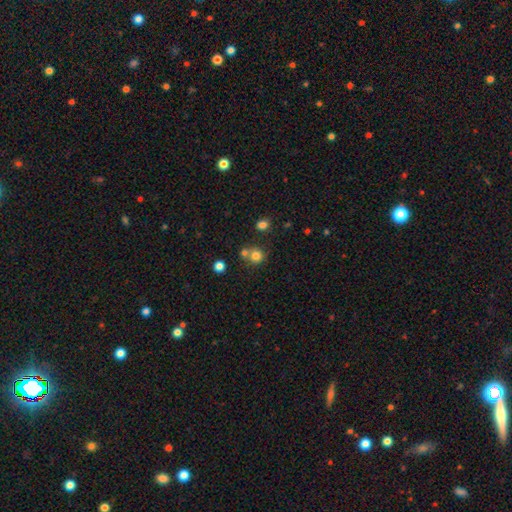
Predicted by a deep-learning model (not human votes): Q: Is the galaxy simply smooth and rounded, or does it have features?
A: smooth — 77%.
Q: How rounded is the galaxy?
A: round — 88%.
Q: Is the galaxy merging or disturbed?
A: none — 59%.